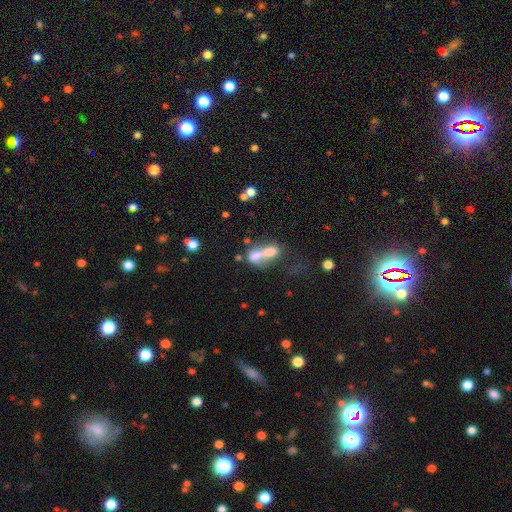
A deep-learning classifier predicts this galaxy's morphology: A smooth galaxy with no disk features (60%) that is in between round and cigar-shaped (66%). Merging: merger (67%).